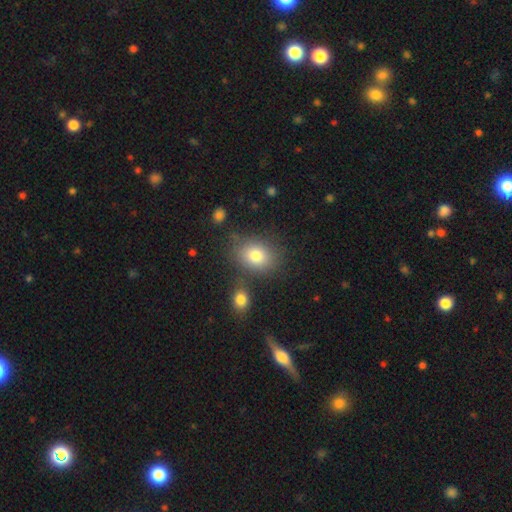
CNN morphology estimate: This is clearly a smooth galaxy (80%). How rounded: possibly in between (58%). Merging: likely none (71%).